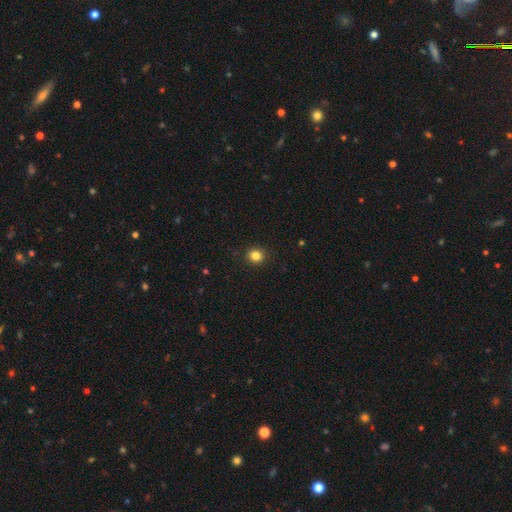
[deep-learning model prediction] Smooth or featured? Predicted: smooth (p=0.84). How rounded? Predicted: round (p=0.82). Merging? Predicted: none (p=0.92).